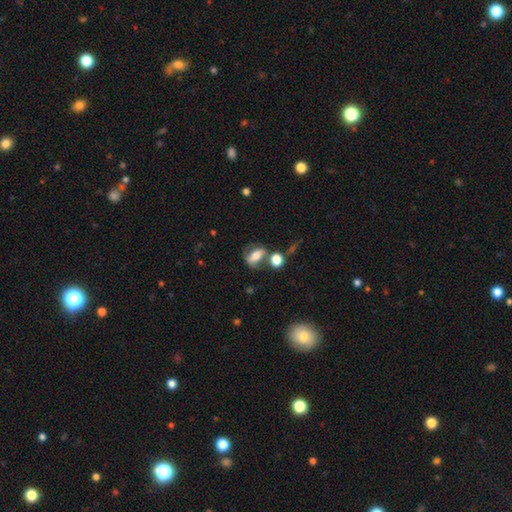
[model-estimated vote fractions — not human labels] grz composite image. It shows a smooth galaxy with no disk features (54%) that is in between round and cigar-shaped (75%). Merging: none (40%).